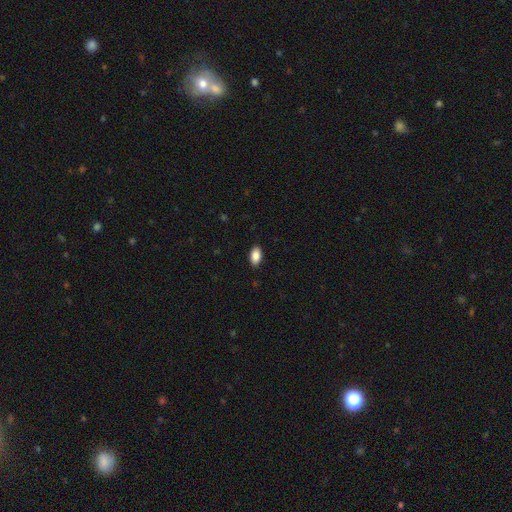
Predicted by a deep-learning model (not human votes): Smooth or featured: smooth — 88% (star or artifact — 7%)
How rounded: in between — 93% (round — 4%)
Merging: none — 89% (minor disturbance — 8%)